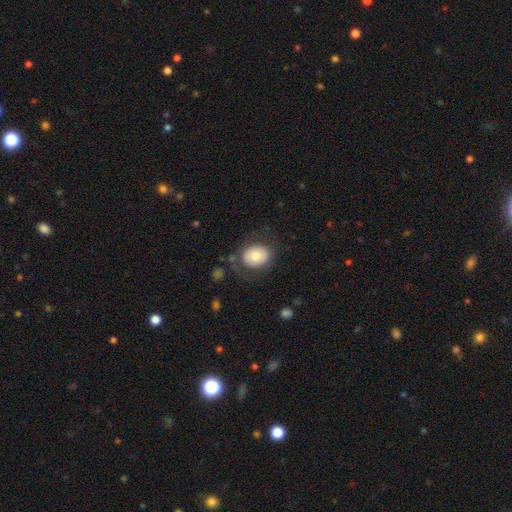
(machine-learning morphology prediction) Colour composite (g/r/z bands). It shows a smooth galaxy with no disk features (71%) that is round (58%). Merging: none (70%).